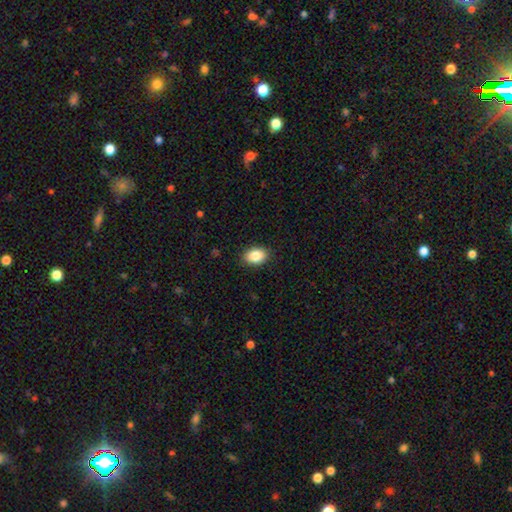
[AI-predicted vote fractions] Smooth or featured?
  - smooth: 86% *
  - star or artifact: 8%
  - featured or disk: 6%
How rounded?
  - in between: 81% *
  - round: 18%
  - cigar-shaped: 1%
Merging?
  - none: 88% *
  - minor disturbance: 9%
  - major disturbance: 2%
  - merger: 1%